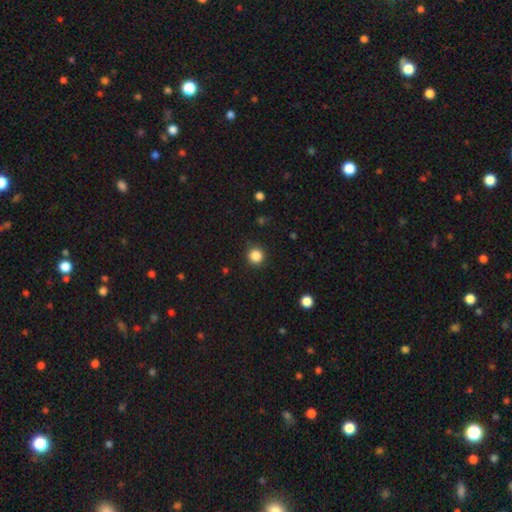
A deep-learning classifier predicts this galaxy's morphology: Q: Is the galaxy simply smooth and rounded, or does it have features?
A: smooth — 85%.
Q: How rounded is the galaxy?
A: round — 94%.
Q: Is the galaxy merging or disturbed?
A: none — 89%.